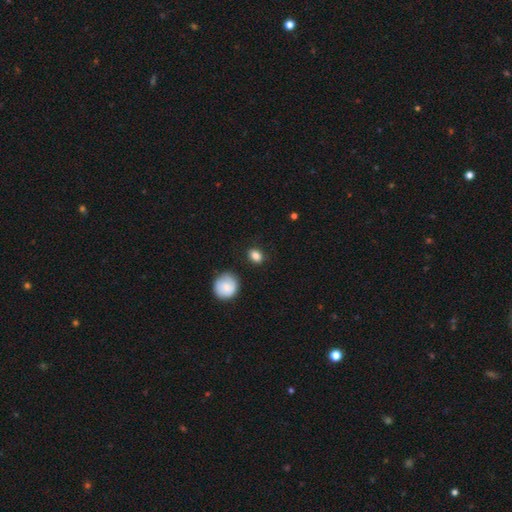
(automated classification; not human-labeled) smooth_or_featured: smooth (p=0.86) [alt: star or artifact p=0.09]
how_rounded: in between (p=0.59) [alt: round p=0.39]
merging: none (p=0.82) [alt: minor disturbance p=0.13]